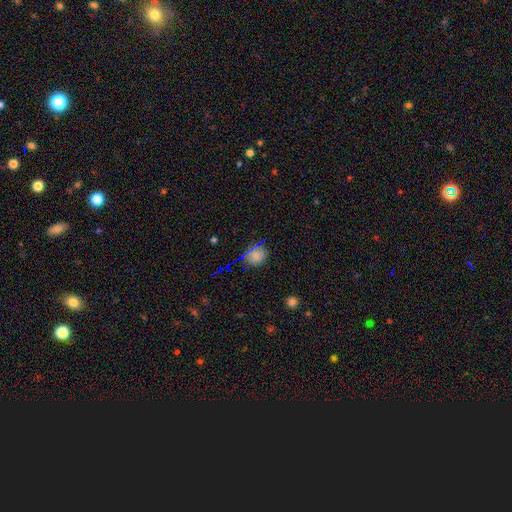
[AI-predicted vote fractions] This is likely a smooth galaxy (69%). How rounded: likely round (78%). Merging: clearly none (81%).